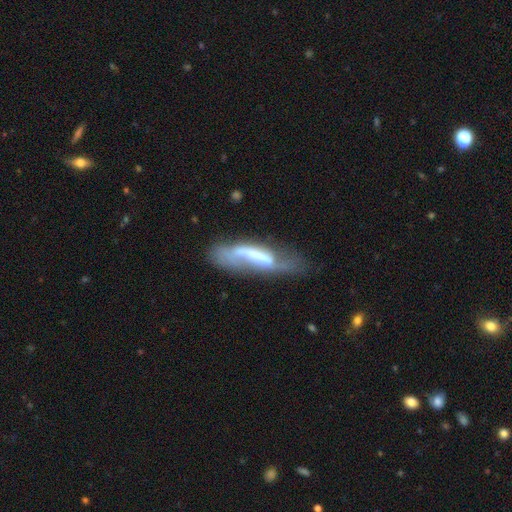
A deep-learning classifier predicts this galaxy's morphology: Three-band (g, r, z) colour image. It shows a featured or disk galaxy (55%). Merging: none (37%).